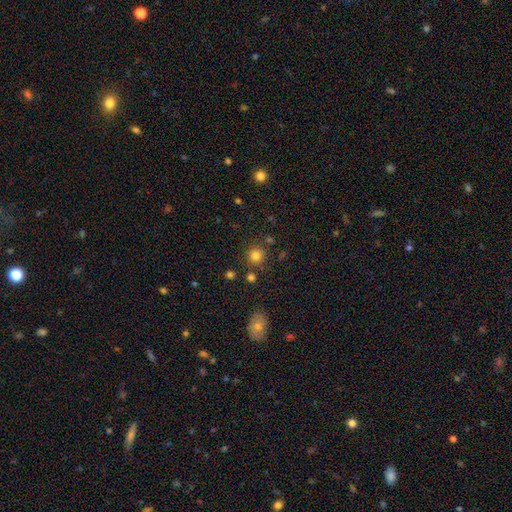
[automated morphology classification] Smooth or featured: smooth — 81% (star or artifact — 14%)
How rounded: round — 90% (in between — 9%)
Merging: none — 80% (minor disturbance — 10%)